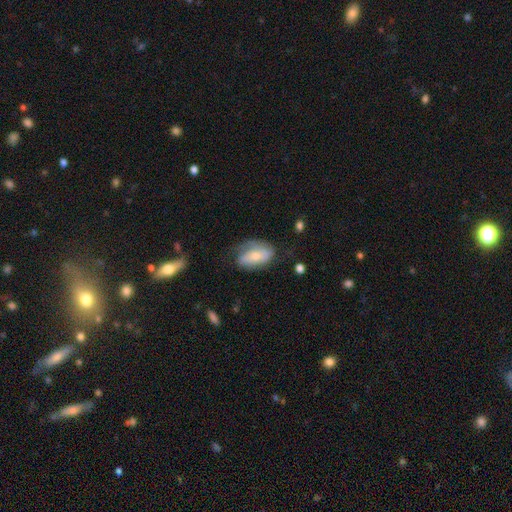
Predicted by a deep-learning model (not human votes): smooth-or-featured: smooth: 50% | featured or disk: 43% | star or artifact: 7%
  merging: none: 52% | minor disturbance: 29% | major disturbance: 16% | merger: 2%